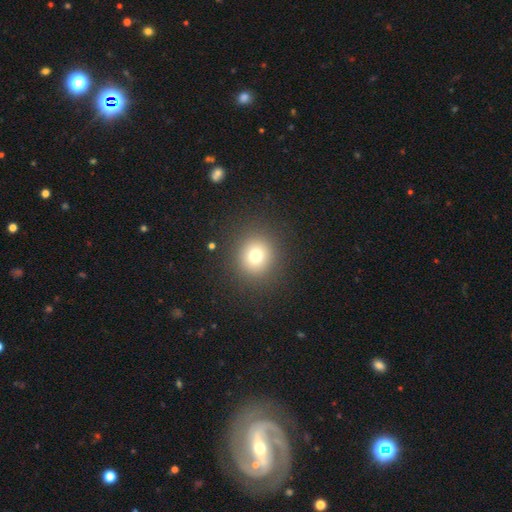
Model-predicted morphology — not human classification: type=smooth (74%); roundness=round (90%); merging=none (90%).